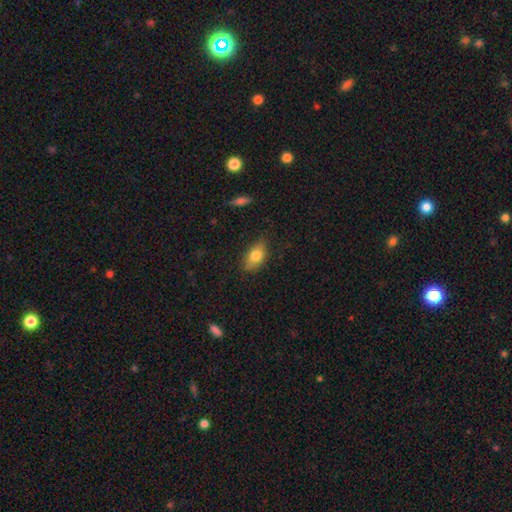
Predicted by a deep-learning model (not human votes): This appears to be a smooth galaxy with no disk features (78%) that is in between round and cigar-shaped (86%). Merging: none (78%).